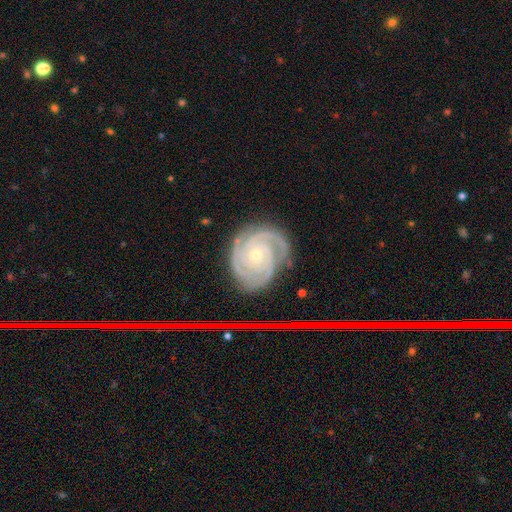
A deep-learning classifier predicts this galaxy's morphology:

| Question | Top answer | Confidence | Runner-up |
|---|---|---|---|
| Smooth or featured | featured or disk | 90% | star or artifact (5%) |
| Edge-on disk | no | 98% | yes (2%) |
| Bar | no | 76% | weak (17%) |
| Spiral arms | yes | 99% | no (1%) |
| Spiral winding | tight | 79% | medium (19%) |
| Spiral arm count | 3 | 46% | 2 (22%) |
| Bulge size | small | 73% | moderate (24%) |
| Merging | none | 76% | minor disturbance (17%) |